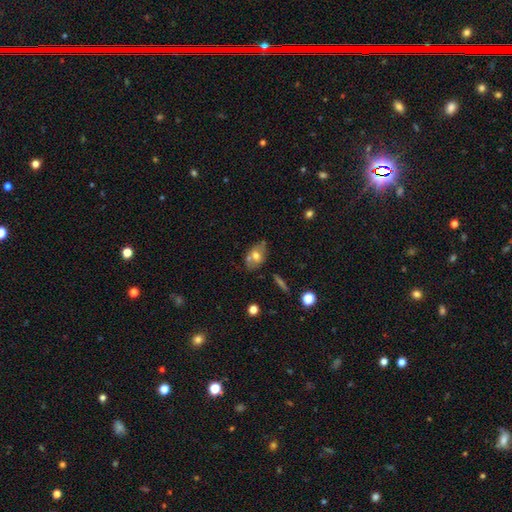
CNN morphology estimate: This is possibly a smooth galaxy (60%). How rounded: likely in between (78%). Merging: possibly none (57%).